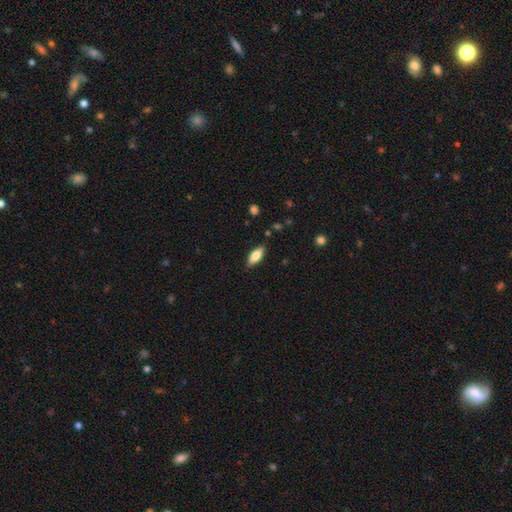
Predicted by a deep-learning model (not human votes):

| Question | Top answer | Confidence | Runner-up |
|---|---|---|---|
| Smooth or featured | smooth | 76% | featured or disk (18%) |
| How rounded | in between | 77% | cigar-shaped (21%) |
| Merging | none | 87% | minor disturbance (10%) |